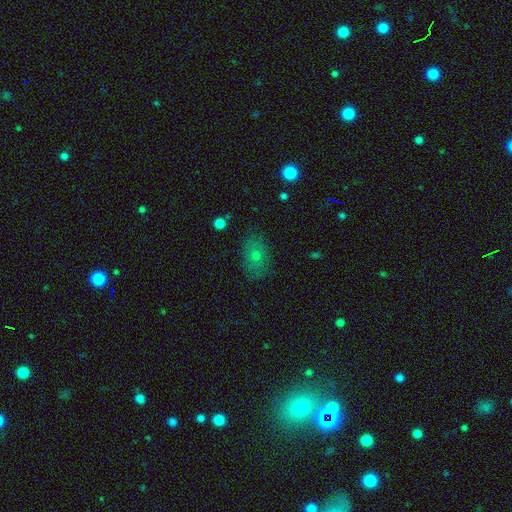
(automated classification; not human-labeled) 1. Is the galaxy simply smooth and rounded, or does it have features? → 59% smooth, 23% featured or disk, 18% star or artifact.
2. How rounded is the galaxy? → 81% in between, 17% round, 2% cigar-shaped.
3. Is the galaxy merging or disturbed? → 80% none, 14% minor disturbance, 4% major disturbance, 1% merger.